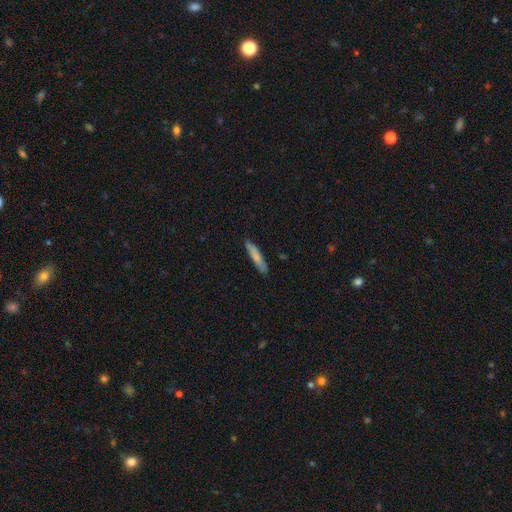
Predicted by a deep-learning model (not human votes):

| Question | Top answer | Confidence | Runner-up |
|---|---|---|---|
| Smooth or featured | smooth | 77% | featured or disk (18%) |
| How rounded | cigar-shaped | 89% | in between (10%) |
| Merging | none | 85% | minor disturbance (12%) |